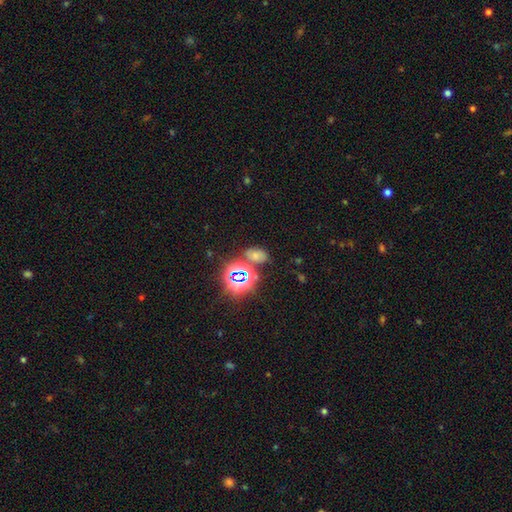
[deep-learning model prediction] smooth 52%, star or artifact 39%, featured or disk 9%. Down the decision tree: how rounded — in between (83%); merging — none (68%).